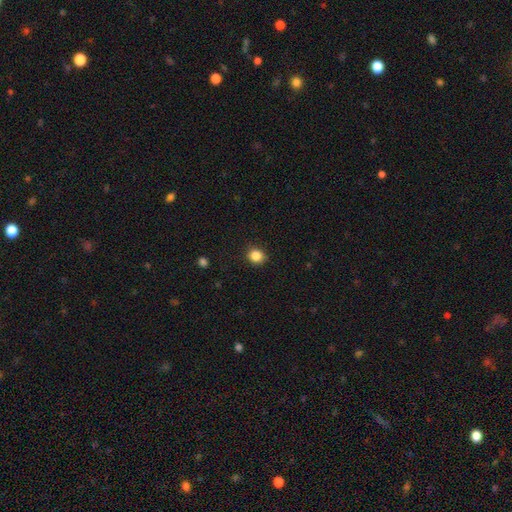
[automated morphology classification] The model was most divided on "how rounded": round: 77%, in between: 22%, cigar-shaped: 1%. More confident: merging — none (87%); smooth or featured — smooth (85%).